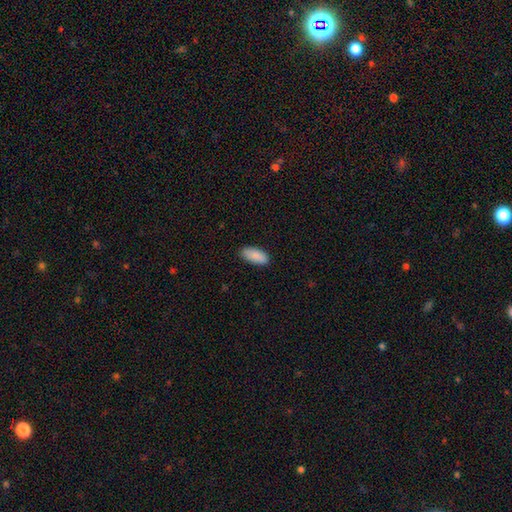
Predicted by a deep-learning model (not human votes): Overall: smooth (90%). How rounded: in between (88%). Merging: none (86%).